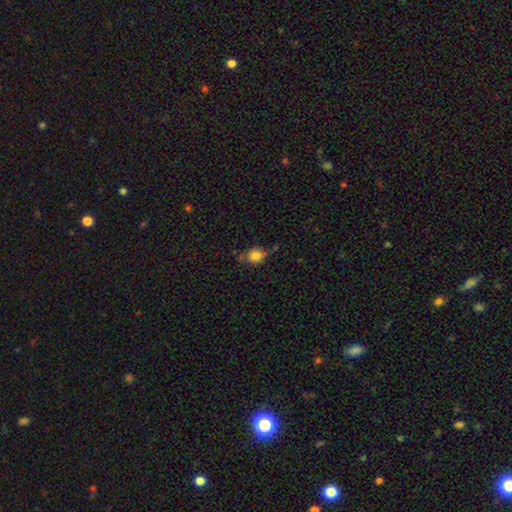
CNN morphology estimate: smooth_or_featured: smooth (p=0.82) [alt: star or artifact p=0.11]
how_rounded: round (p=0.63) [alt: in between p=0.36]
merging: none (p=0.62) [alt: minor disturbance p=0.23]